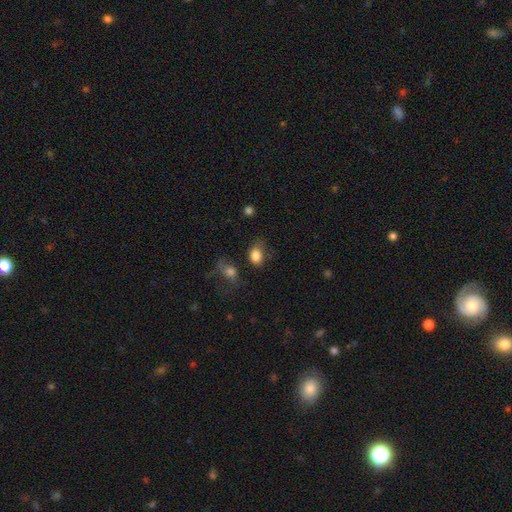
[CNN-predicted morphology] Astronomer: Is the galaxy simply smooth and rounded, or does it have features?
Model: smooth — 83%.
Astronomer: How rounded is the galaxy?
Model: in between — 71%.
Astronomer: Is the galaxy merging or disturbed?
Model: none — 50% (runner-up: minor disturbance, 29%).